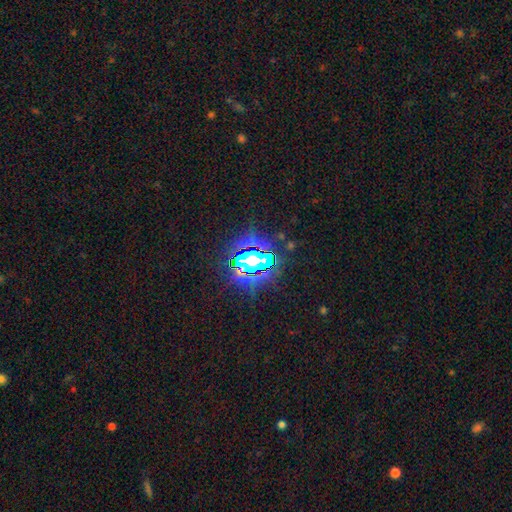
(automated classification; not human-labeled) A star or artifact, not a galaxy (77%).